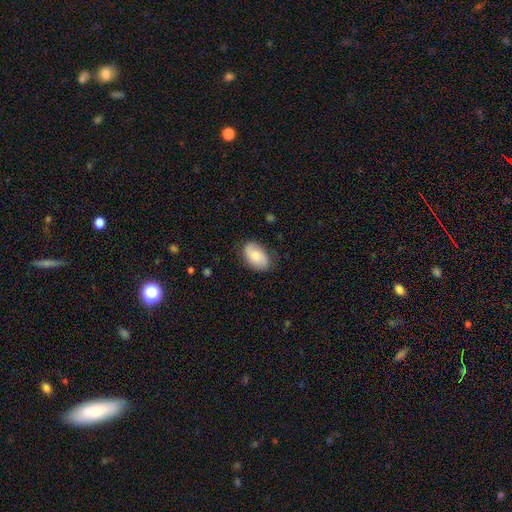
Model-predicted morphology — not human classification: smooth_or_featured: smooth (p=0.67) [alt: featured or disk p=0.27]
how_rounded: in between (p=0.92) [alt: round p=0.06]
merging: none (p=0.77) [alt: minor disturbance p=0.18]